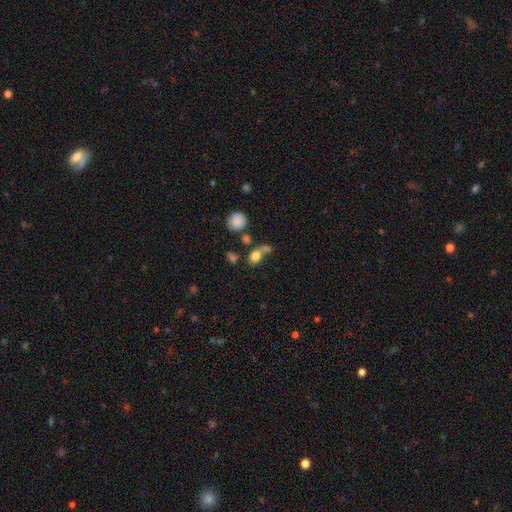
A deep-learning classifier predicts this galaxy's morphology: Overall: smooth (78%). How rounded: in between (50%; round 47%). Merging: none (39%; merger 37%).